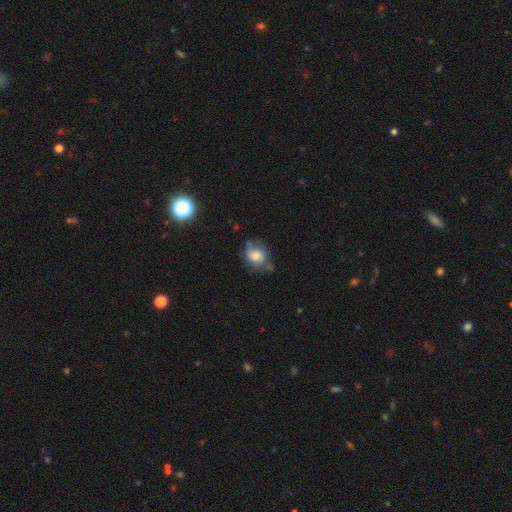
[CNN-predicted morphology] The model was most divided on "how rounded": round: 52%, in between: 47%, cigar-shaped: 1%. Remaining: smooth or featured — smooth (65%); merging — none (48%).